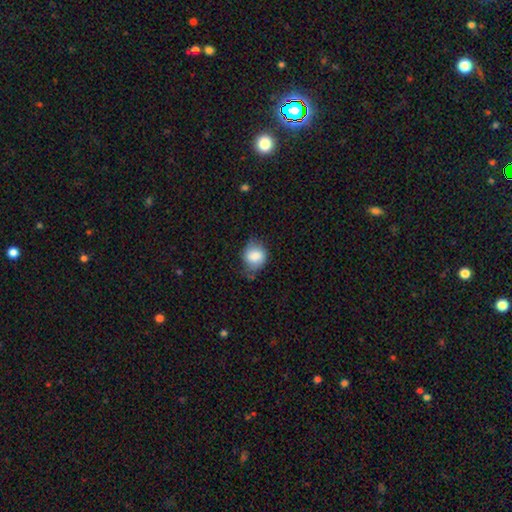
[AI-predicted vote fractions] Smooth or featured? smooth (83%)
How rounded? round (68%)
Merging? none (56%)